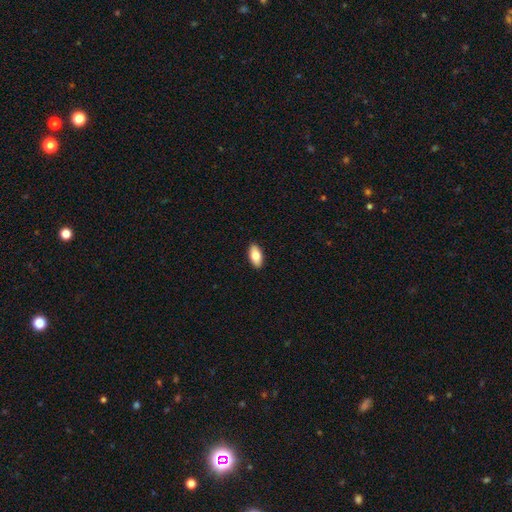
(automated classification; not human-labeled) Smooth or featured?
  - smooth: 81% *
  - featured or disk: 13%
  - star or artifact: 6%
How rounded?
  - in between: 90% *
  - cigar-shaped: 7%
  - round: 3%
Merging?
  - none: 91% *
  - minor disturbance: 7%
  - major disturbance: 2%
  - merger: 1%